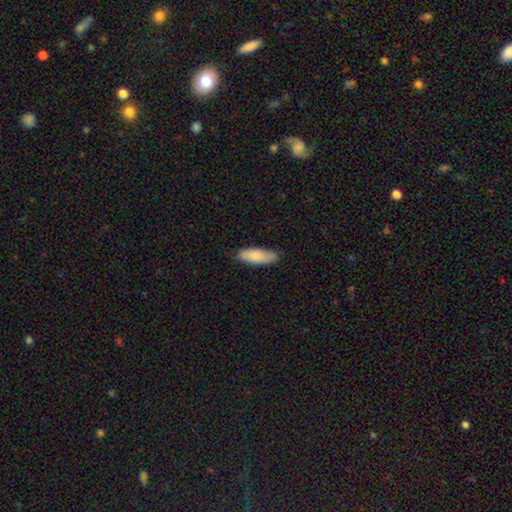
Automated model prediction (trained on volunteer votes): Overall: smooth (85%). How rounded: in between (58%; cigar-shaped 41%). Merging: none (82%).